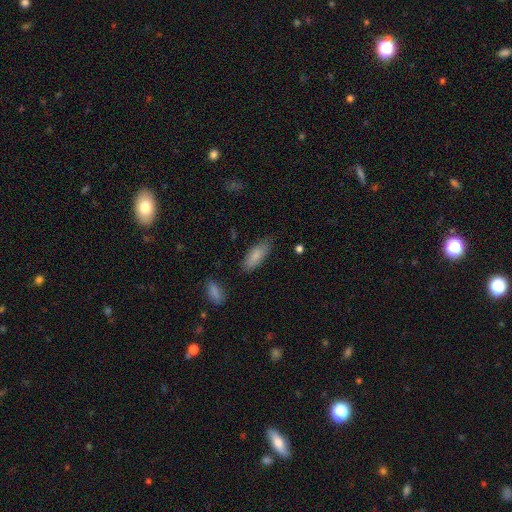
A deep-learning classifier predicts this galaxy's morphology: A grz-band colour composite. It shows a smooth galaxy with no disk features (84%) that is in between round and cigar-shaped (76%). Merging: none (76%).